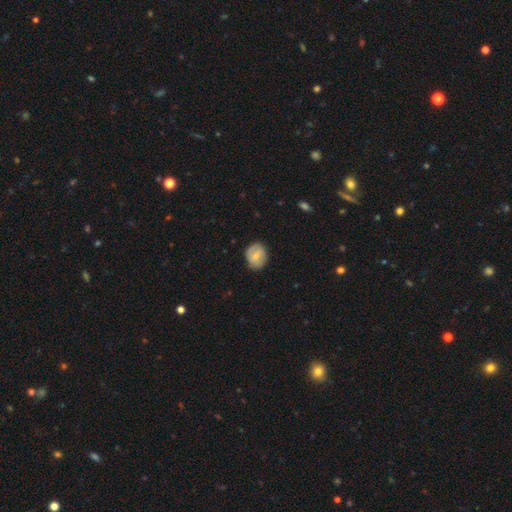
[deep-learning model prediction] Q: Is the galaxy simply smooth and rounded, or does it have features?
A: smooth — 55%.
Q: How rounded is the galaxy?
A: round — 50%.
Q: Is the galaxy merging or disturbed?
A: none — 77%.